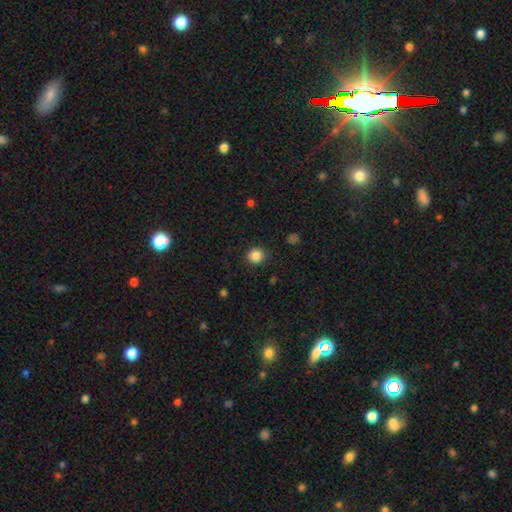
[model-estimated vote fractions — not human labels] A smooth galaxy with no disk features (85%) that is round (91%).

Vote fractions:
- Smooth or featured? smooth: 85% / star or artifact: 11% / featured or disk: 4%
- How rounded? round: 91% / in between: 8% / cigar-shaped: 1%
- Merging? none: 89% / minor disturbance: 7% / major disturbance: 2% / merger: 1%